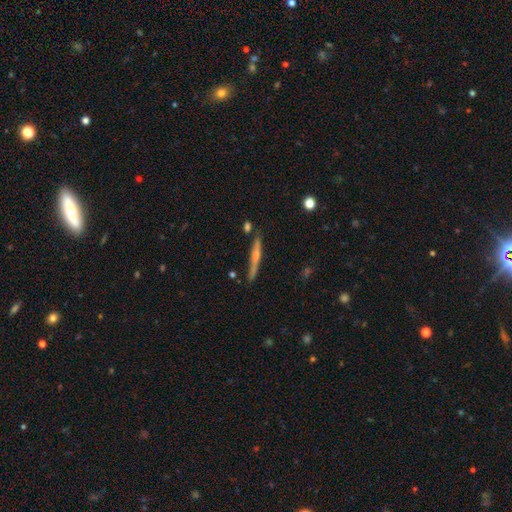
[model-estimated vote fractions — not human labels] Smooth or featured: featured or disk — 62% (smooth — 32%)
Edge-on disk: yes — 97% (no — 3%)
Edge-on bulge: rounded — 68% (none — 24%)
Merging: none — 83% (minor disturbance — 12%)